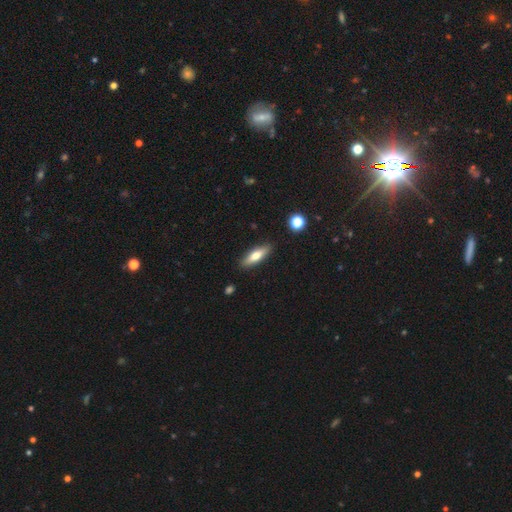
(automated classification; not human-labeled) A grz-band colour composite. It shows a smooth galaxy with no disk features (67%) that is cigar-shaped (54%). Merging: none (88%).